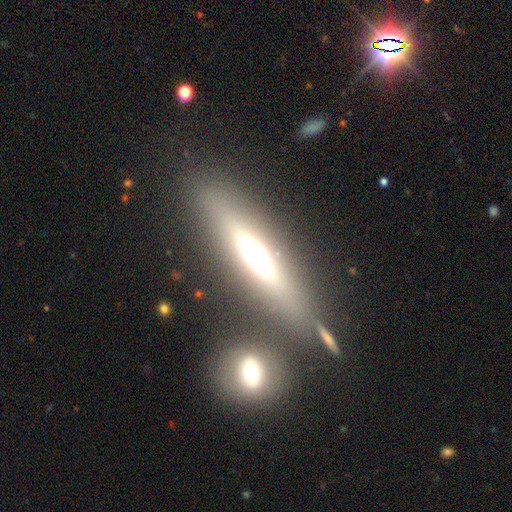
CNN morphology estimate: Q: Smooth or featured?
A: featured or disk (58%); runner-up: smooth (29%)
Q: Edge-on disk?
A: yes (86%); runner-up: no (14%)
Q: Merging?
A: none (72%); runner-up: merger (12%)